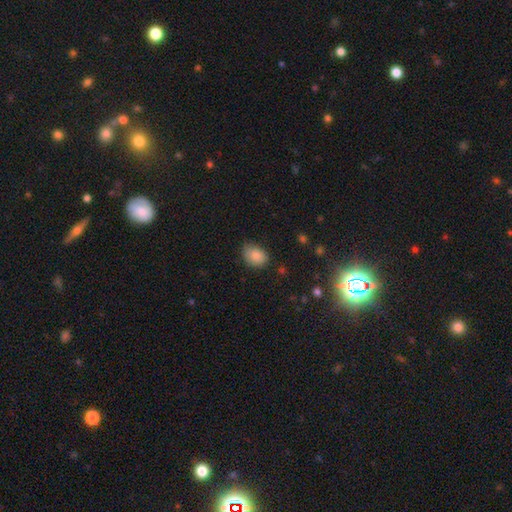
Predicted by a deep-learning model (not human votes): Smooth or featured: smooth — 86% (star or artifact — 9%)
How rounded: in between — 63% (round — 36%)
Merging: none — 66% (minor disturbance — 28%)